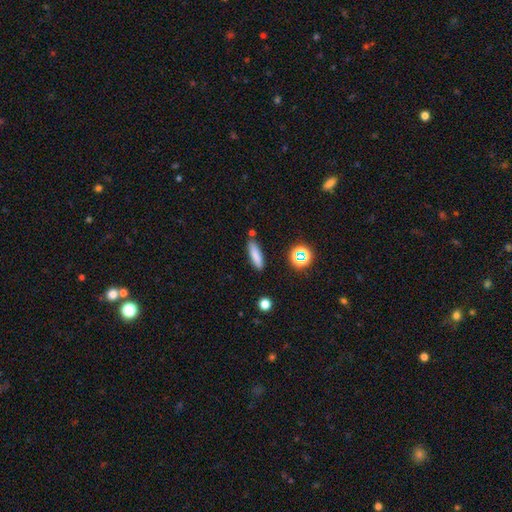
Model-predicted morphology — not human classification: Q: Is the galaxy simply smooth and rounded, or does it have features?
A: smooth — 80%.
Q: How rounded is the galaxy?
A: cigar-shaped — 65%.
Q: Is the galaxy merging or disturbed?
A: none — 84%.